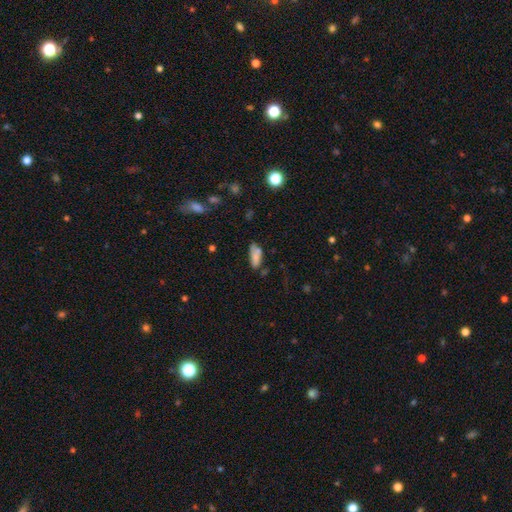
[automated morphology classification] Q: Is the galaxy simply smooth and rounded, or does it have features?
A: smooth — 74%.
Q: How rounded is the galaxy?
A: in between — 73%.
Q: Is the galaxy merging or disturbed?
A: none — 48%.